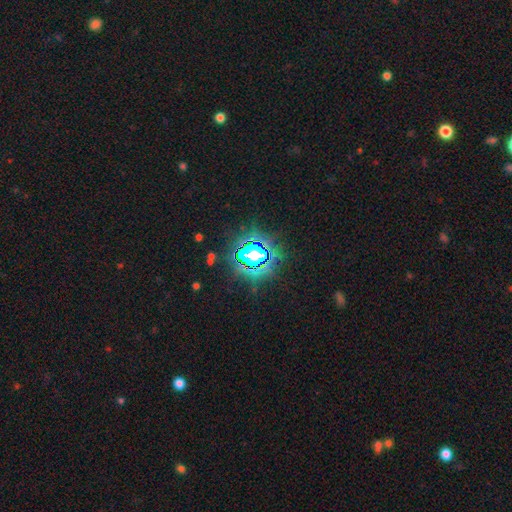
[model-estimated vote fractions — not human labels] Smooth or featured? star or artifact (81%)